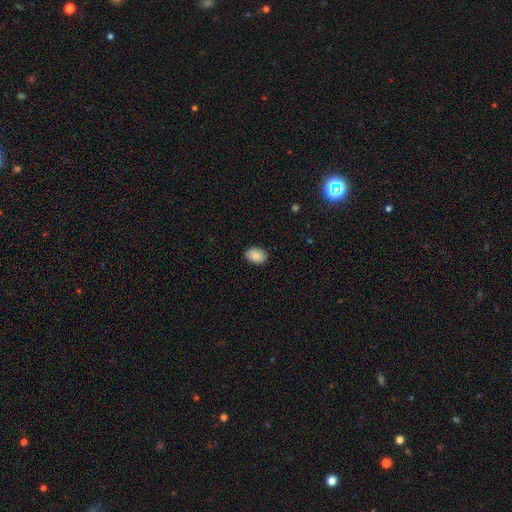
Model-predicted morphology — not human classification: Q: Smooth or featured?
A: smooth (87%); runner-up: star or artifact (7%)
Q: How rounded?
A: in between (82%); runner-up: round (17%)
Q: Merging?
A: none (87%); runner-up: minor disturbance (10%)